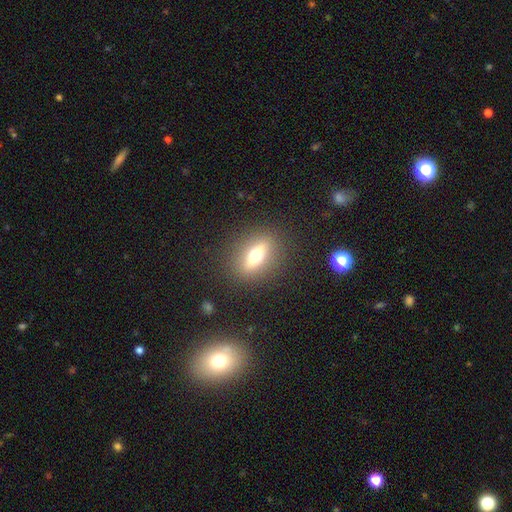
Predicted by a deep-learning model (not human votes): The model was most divided on "smooth or featured": smooth: 48%, featured or disk: 41%, star or artifact: 11%. More confident: merging — none (87%).